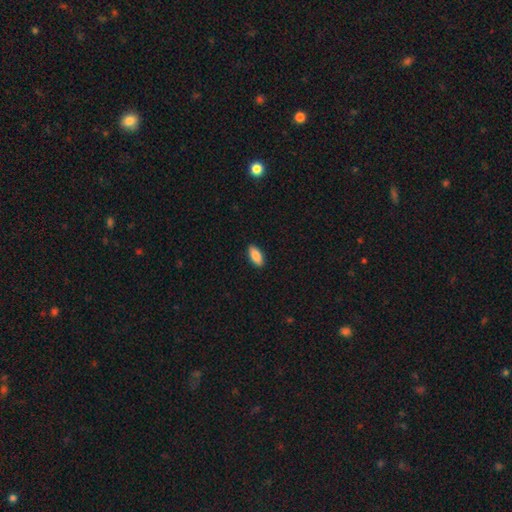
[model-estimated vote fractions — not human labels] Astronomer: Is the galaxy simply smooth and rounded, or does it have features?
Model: smooth — 87%.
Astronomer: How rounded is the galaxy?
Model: in between — 88%.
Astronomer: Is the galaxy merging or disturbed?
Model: none — 90%.